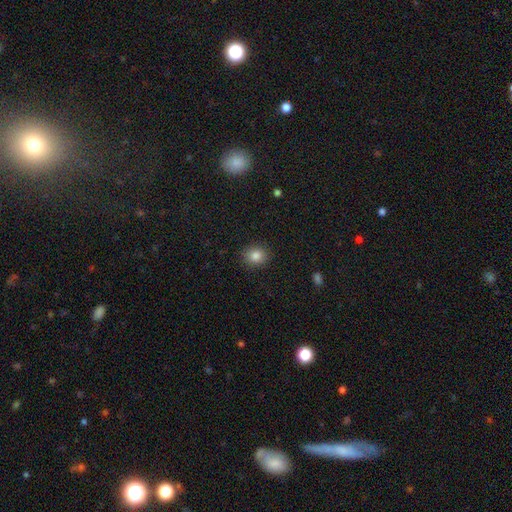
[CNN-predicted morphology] Smooth or featured? smooth (84%)
How rounded? round (67%)
Merging? none (89%)